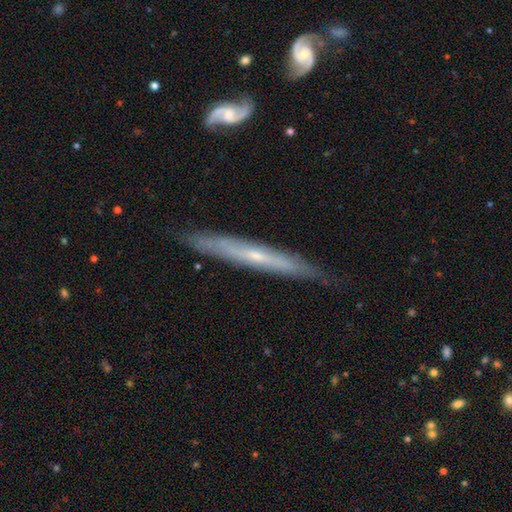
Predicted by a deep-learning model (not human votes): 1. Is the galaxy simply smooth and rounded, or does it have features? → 68% featured or disk, 26% smooth, 6% star or artifact.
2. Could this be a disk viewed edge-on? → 88% yes, 12% no.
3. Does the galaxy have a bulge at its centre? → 53% none, 43% rounded, 3% boxy.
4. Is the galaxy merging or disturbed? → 82% none, 15% minor disturbance, 2% major disturbance, 2% merger.